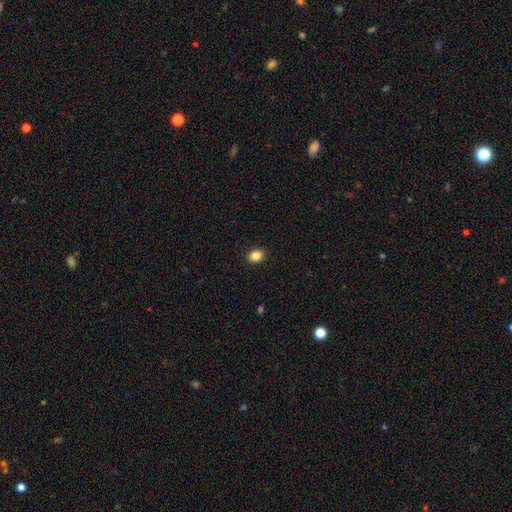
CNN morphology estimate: Smooth or featured: smooth — 86% (star or artifact — 10%)
How rounded: in between — 54% (round — 45%)
Merging: none — 91% (minor disturbance — 6%)